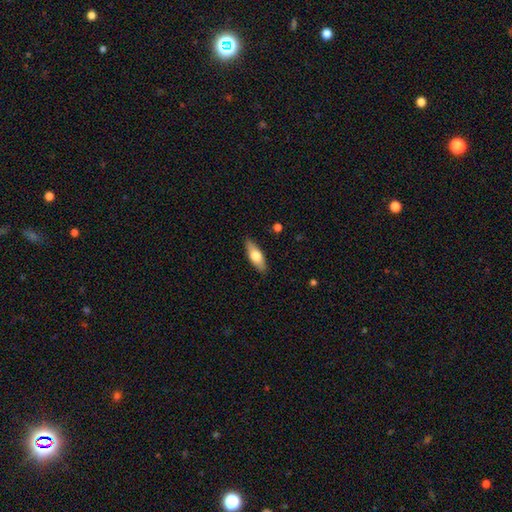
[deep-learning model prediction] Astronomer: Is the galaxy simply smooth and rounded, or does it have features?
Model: smooth — 65%.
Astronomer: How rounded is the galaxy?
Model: in between — 65%.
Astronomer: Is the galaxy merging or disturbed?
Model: none — 87%.